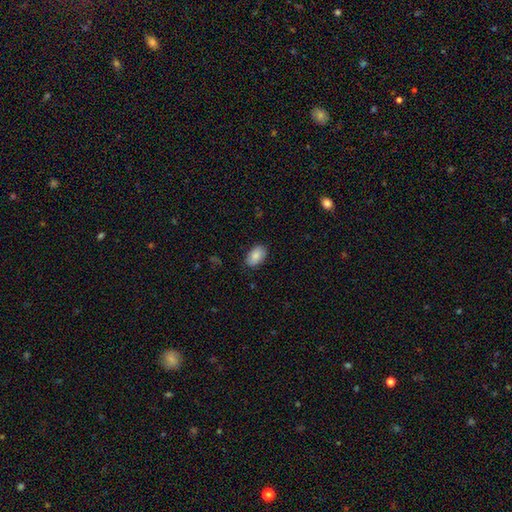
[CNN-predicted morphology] This appears to be a smooth galaxy with no disk features (85%) that is in between round and cigar-shaped (93%). Merging: none (85%).